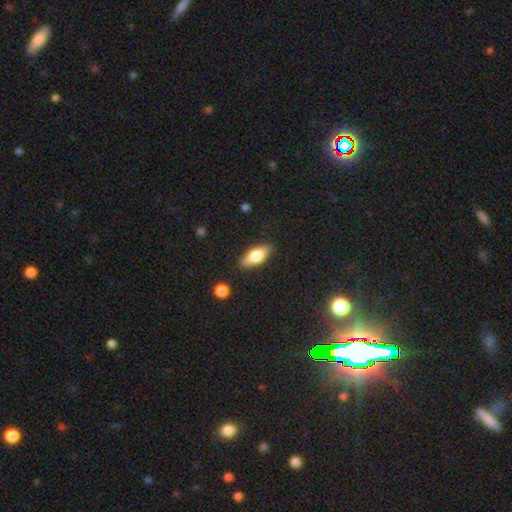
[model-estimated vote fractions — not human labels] The model was most divided on "smooth or featured": smooth: 69%, featured or disk: 24%, star or artifact: 7%. More confident: merging — none (86%); how rounded — in between (72%).